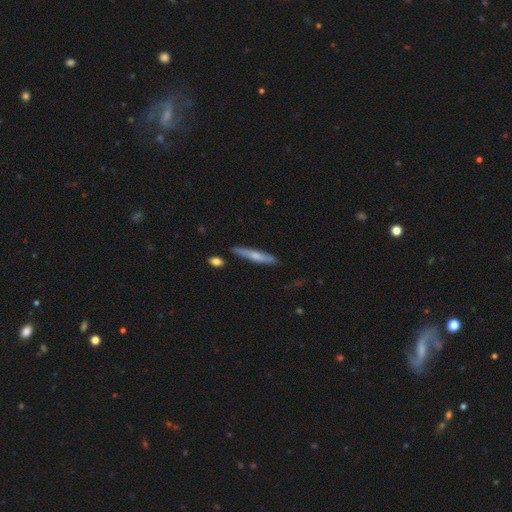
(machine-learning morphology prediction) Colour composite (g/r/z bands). It shows a smooth galaxy with no disk features (56%) that is cigar-shaped (92%). Merging: none (83%).